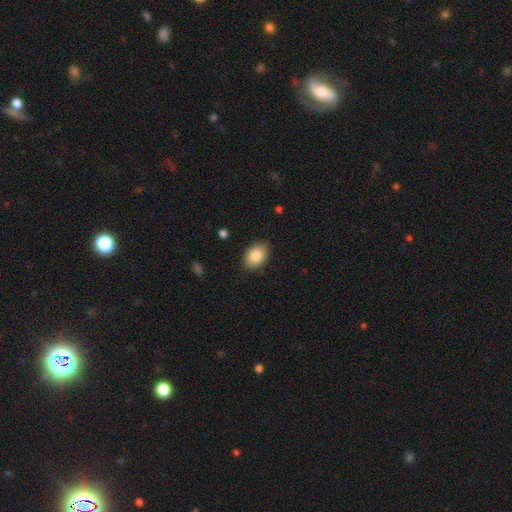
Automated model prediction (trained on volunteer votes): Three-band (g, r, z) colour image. It shows a smooth galaxy with no disk features (85%) that is in between round and cigar-shaped (82%). Merging: none (88%).